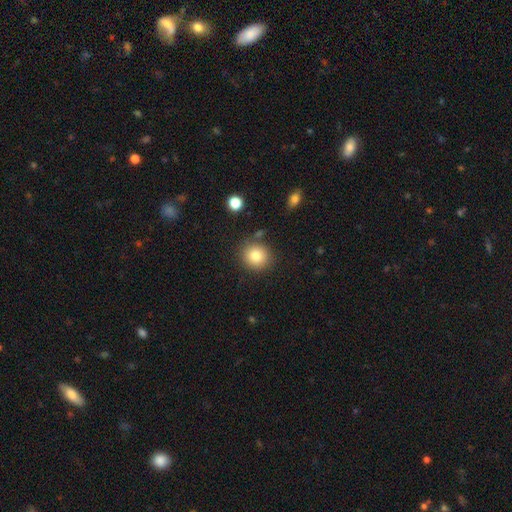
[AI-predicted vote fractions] Morphology: type=smooth (83%); roundness=round (86%); merging=none (82%).